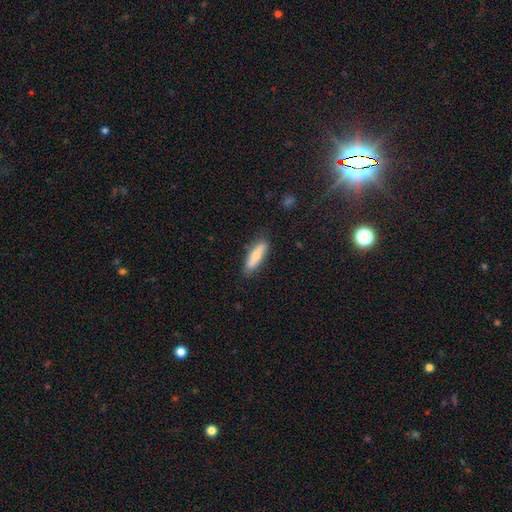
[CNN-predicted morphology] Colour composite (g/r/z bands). It shows a smooth galaxy with no disk features (70%) that is cigar-shaped (57%). Merging: none (83%).